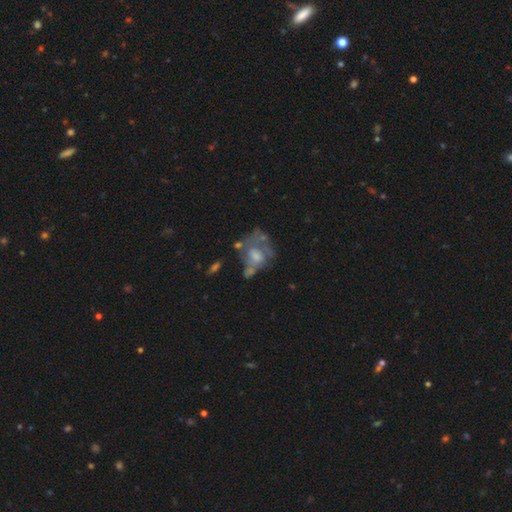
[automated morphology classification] The model was most divided on "merging": major disturbance: 31%, none: 28%, merger: 21%, minor disturbance: 20%. Remaining: edge-on disk — no (97%); bar — no (71%); spiral arms — no (70%); smooth or featured — featured or disk (55%); bulge size — moderate (43%).